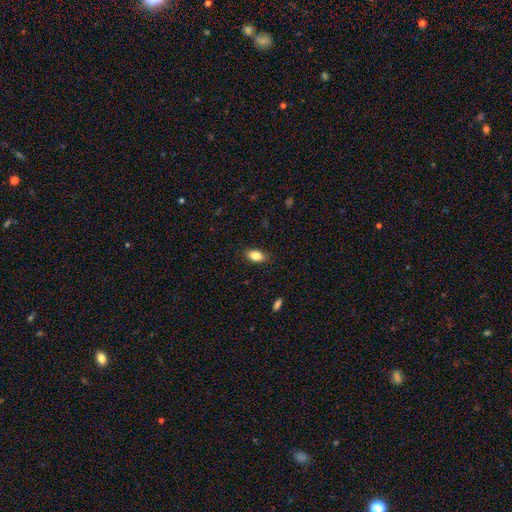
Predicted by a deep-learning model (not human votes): Smooth or featured? smooth (84%)
How rounded? in between (89%)
Merging? none (85%)